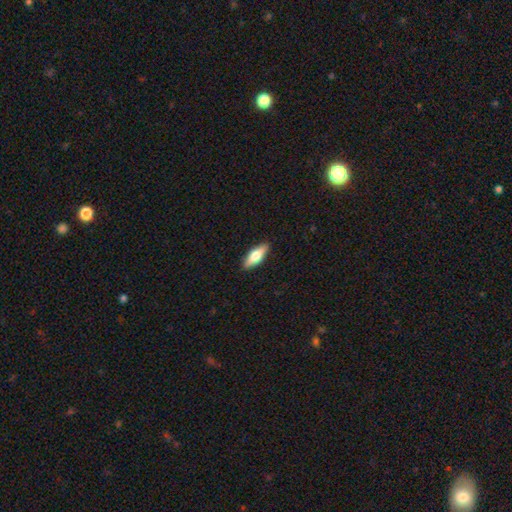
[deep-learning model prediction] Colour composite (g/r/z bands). It shows a smooth galaxy with no disk features (63%) that is in between round and cigar-shaped (63%). Merging: none (89%).